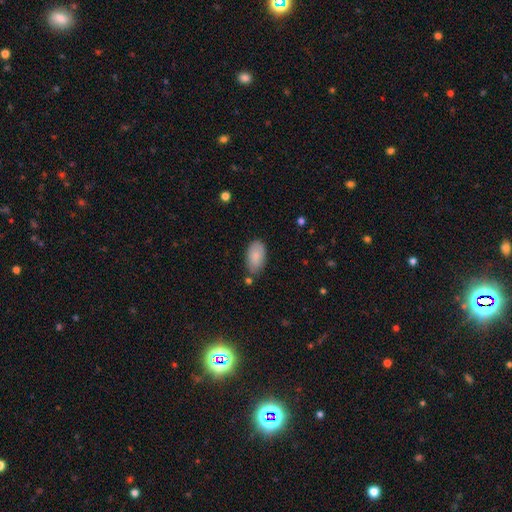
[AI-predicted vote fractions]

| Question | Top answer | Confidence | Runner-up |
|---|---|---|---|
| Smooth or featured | smooth | 85% | featured or disk (9%) |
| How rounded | in between | 95% | round (3%) |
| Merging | none | 76% | minor disturbance (16%) |